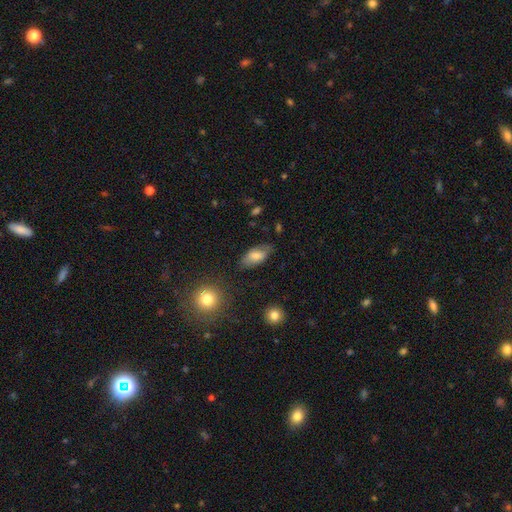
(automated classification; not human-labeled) This appears to be a smooth galaxy with no disk features (73%) that is in between round and cigar-shaped (90%). Merging: none (73%).